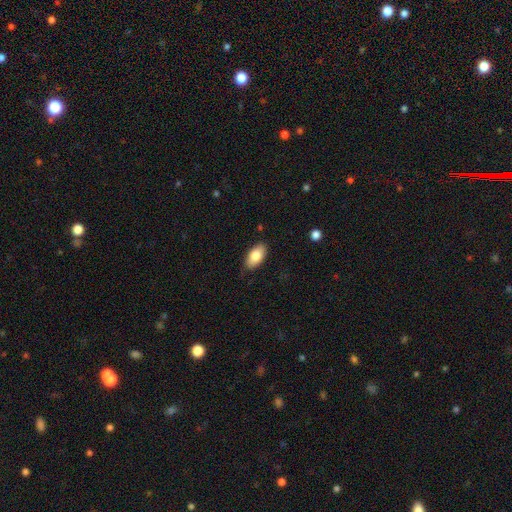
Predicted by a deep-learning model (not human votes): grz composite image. It shows a smooth galaxy with no disk features (81%) that is in between round and cigar-shaped (93%). Merging: none (84%).